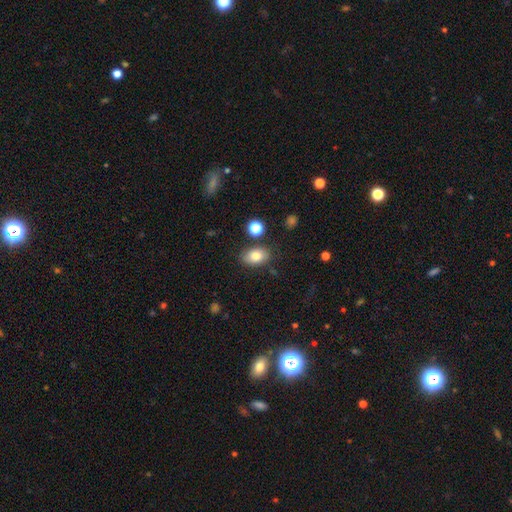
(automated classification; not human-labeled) smooth-or-featured: smooth: 79% | featured or disk: 12% | star or artifact: 9%
  how-rounded: in between: 84% | round: 15% | cigar-shaped: 1%
  merging: none: 80% | minor disturbance: 12% | merger: 5% | major disturbance: 3%